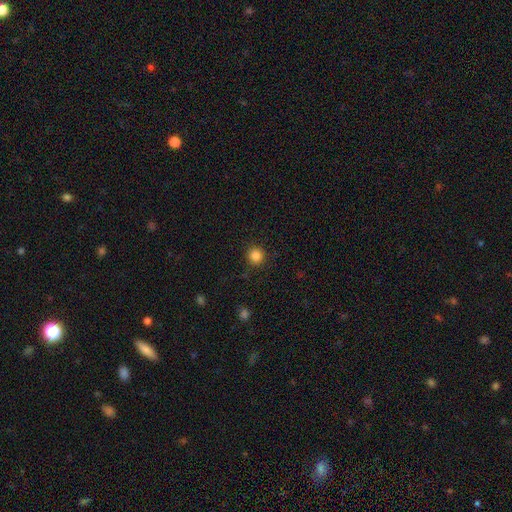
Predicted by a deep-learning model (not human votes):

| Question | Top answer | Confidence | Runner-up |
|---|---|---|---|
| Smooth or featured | smooth | 85% | star or artifact (12%) |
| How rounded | round | 94% | in between (5%) |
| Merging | none | 90% | minor disturbance (7%) |